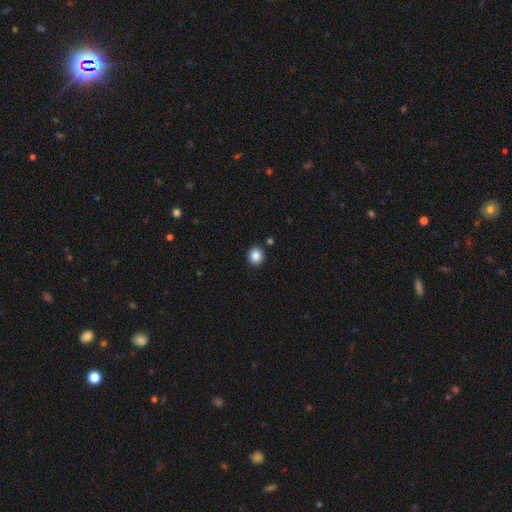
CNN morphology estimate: A smooth galaxy with no disk features (87%) that is round (90%). Merging: none (90%).